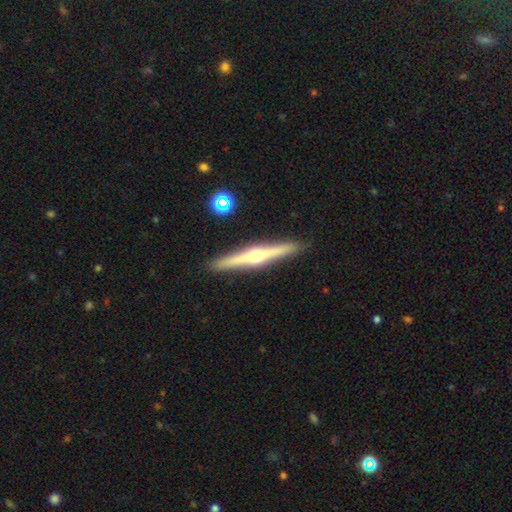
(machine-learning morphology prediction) smooth-or-featured: featured or disk: 79% | smooth: 16% | star or artifact: 5%
  disk-edge-on: yes: 98% | no: 2%
    edge-on-bulge: rounded: 93% | none: 4% | boxy: 3%
  merging: none: 92% | minor disturbance: 6% | merger: 1% | major disturbance: 1%